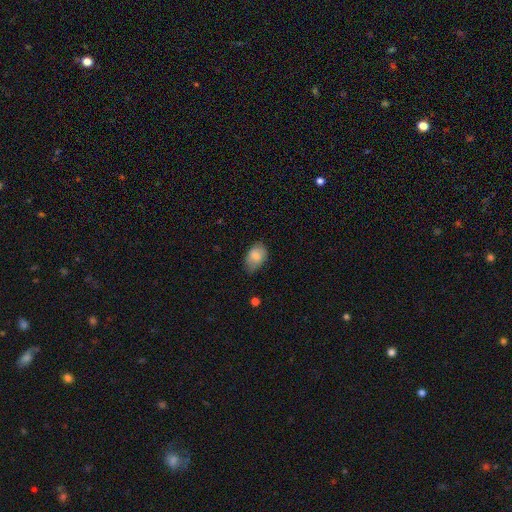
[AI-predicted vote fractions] Smooth or featured?
  - smooth: 76% *
  - featured or disk: 16%
  - star or artifact: 7%
How rounded?
  - in between: 85% *
  - round: 14%
  - cigar-shaped: 1%
Merging?
  - none: 61% *
  - minor disturbance: 31%
  - major disturbance: 7%
  - merger: 1%